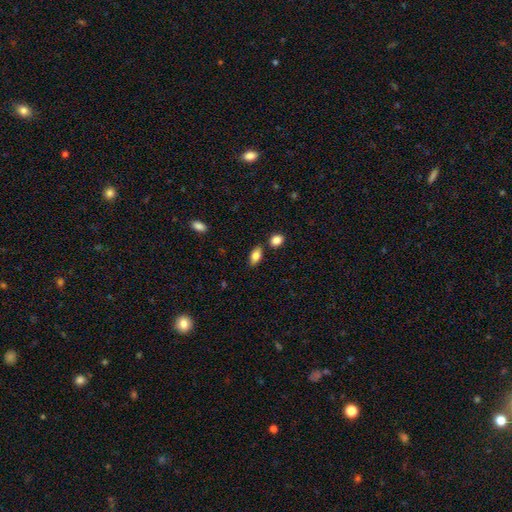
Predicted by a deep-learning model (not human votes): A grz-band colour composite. It shows a smooth galaxy with no disk features (84%) that is in between round and cigar-shaped (89%). Merging: none (78%).